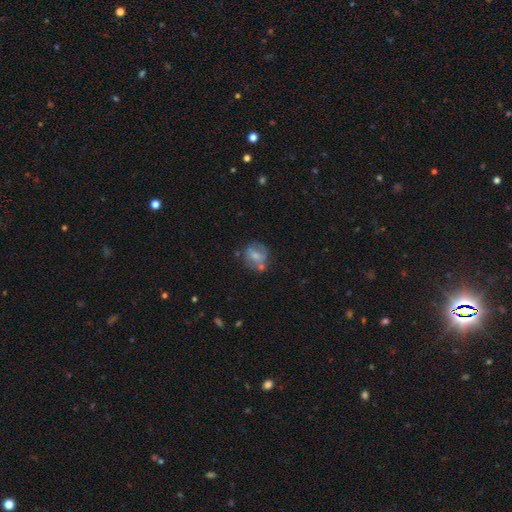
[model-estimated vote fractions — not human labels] This appears to be a smooth galaxy with no disk features (50%) that is round (67%). Merging: none (46%).